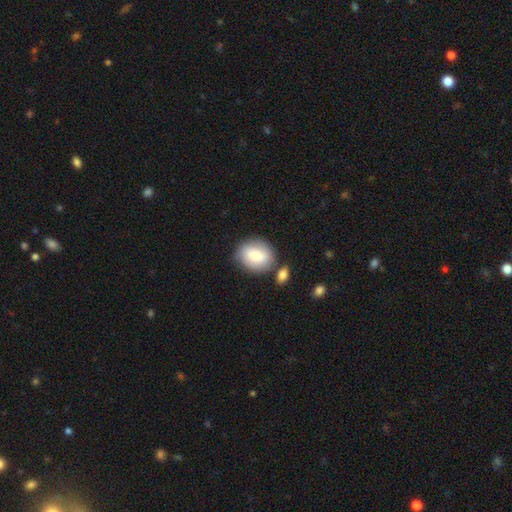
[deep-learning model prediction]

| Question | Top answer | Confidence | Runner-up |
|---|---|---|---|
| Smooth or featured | smooth | 80% | featured or disk (14%) |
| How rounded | in between | 50% | round (49%) |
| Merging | none | 67% | minor disturbance (15%) |